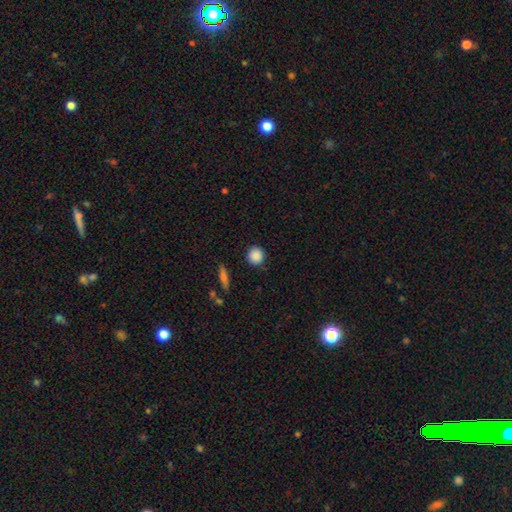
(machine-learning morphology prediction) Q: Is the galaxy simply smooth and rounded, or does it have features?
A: smooth — 87%.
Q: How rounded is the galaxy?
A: round — 93%.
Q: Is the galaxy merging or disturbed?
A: none — 89%.